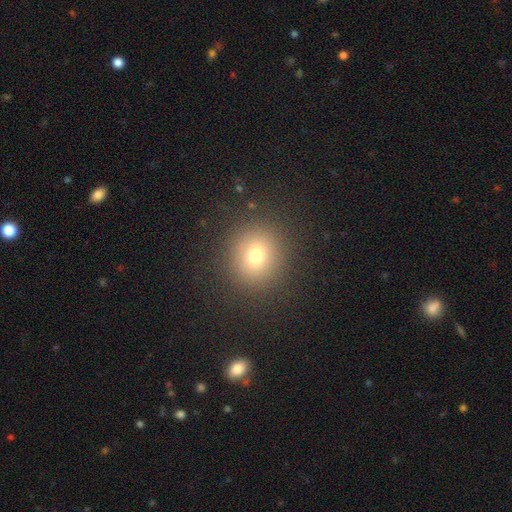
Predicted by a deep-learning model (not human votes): Morphology: type=smooth (74%); roundness=round (86%); merging=none (89%).